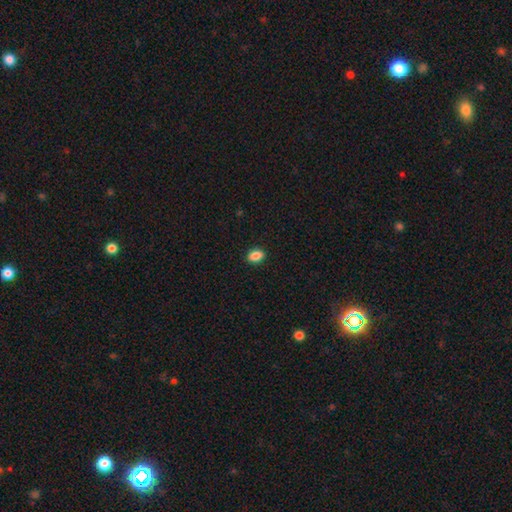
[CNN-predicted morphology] A smooth galaxy with no disk features (88%) that is in between round and cigar-shaped (81%). Merging: none (90%).